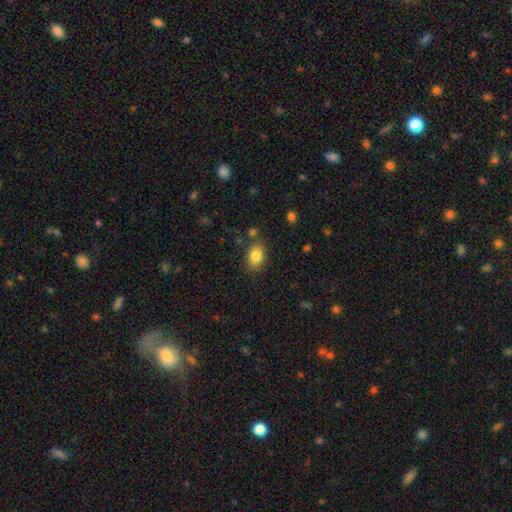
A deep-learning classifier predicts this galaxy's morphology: Smooth or featured: smooth — 83% (star or artifact — 9%)
How rounded: in between — 81% (round — 18%)
Merging: none — 79% (minor disturbance — 13%)